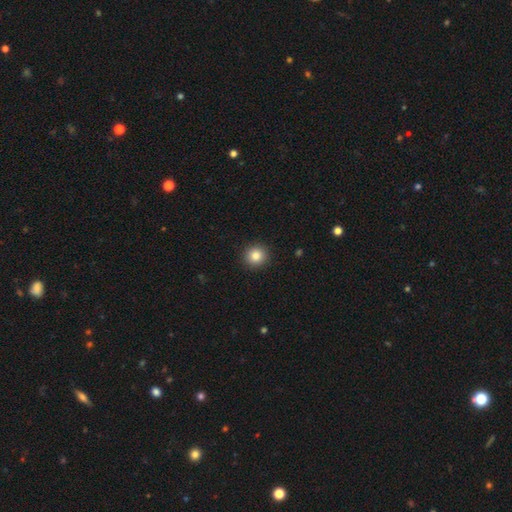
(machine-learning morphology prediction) Smooth or featured? smooth (84%)
How rounded? round (93%)
Merging? none (92%)